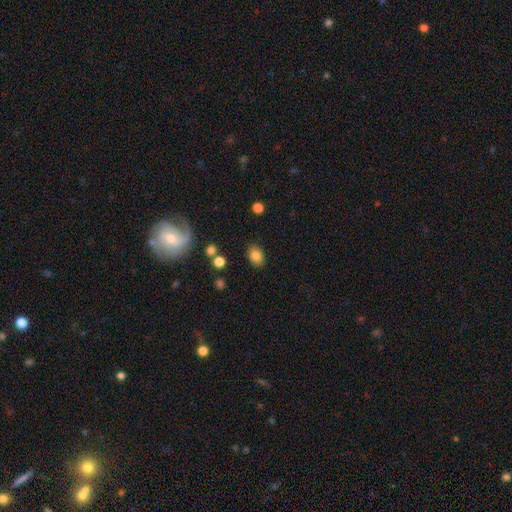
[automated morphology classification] The model was most divided on "how rounded": in between: 77%, round: 21%, cigar-shaped: 1%. More confident: merging — none (85%); smooth or featured — smooth (82%).